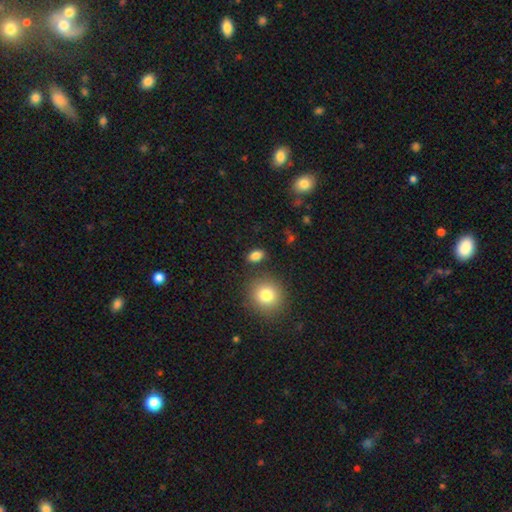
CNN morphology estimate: type=smooth (84%); roundness=in between (80%); merging=none (82%).